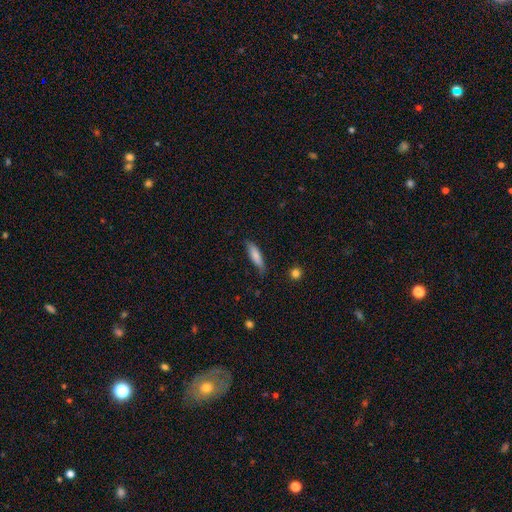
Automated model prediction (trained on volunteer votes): smooth-or-featured: smooth: 80% | featured or disk: 14% | star or artifact: 6%
  how-rounded: cigar-shaped: 67% | in between: 31% | round: 2%
  merging: none: 78% | minor disturbance: 18% | major disturbance: 3% | merger: 1%